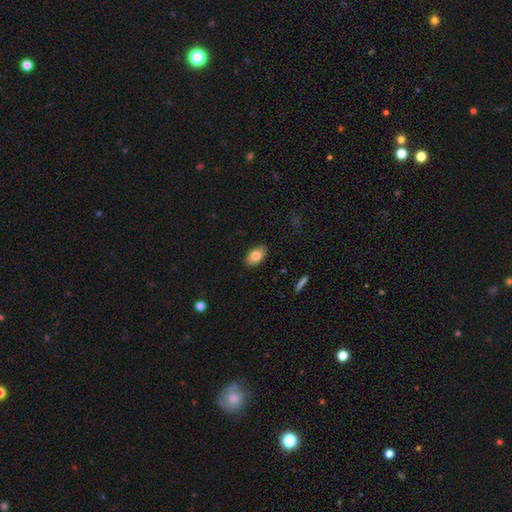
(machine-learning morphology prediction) smooth-or-featured: smooth: 83% | featured or disk: 10% | star or artifact: 7%
  how-rounded: in between: 91% | round: 7% | cigar-shaped: 1%
  merging: none: 88% | minor disturbance: 9% | major disturbance: 2% | merger: 1%